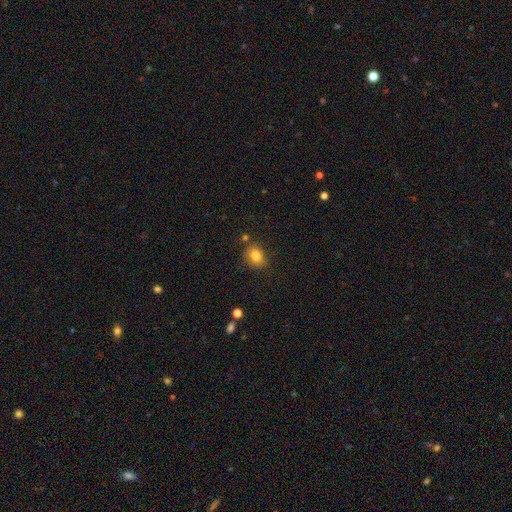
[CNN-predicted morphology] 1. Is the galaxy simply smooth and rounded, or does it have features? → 82% smooth, 11% star or artifact, 7% featured or disk.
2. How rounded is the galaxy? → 54% round, 45% in between, 1% cigar-shaped.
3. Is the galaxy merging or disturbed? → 79% none, 13% minor disturbance, 5% merger, 3% major disturbance.